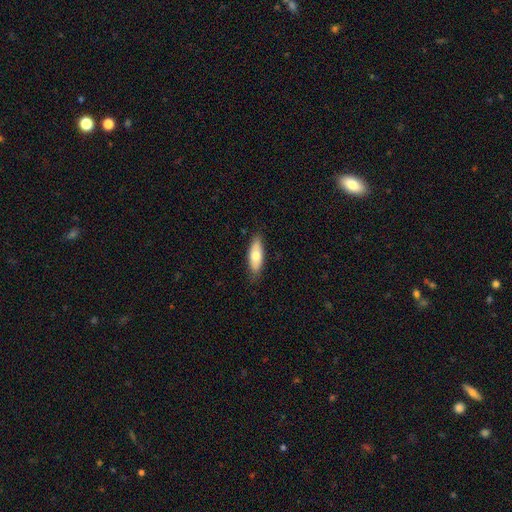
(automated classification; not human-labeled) smooth_or_featured: smooth (p=0.71) [alt: featured or disk p=0.23]
how_rounded: in between (p=0.70) [alt: cigar-shaped p=0.28]
merging: none (p=0.83) [alt: minor disturbance p=0.14]